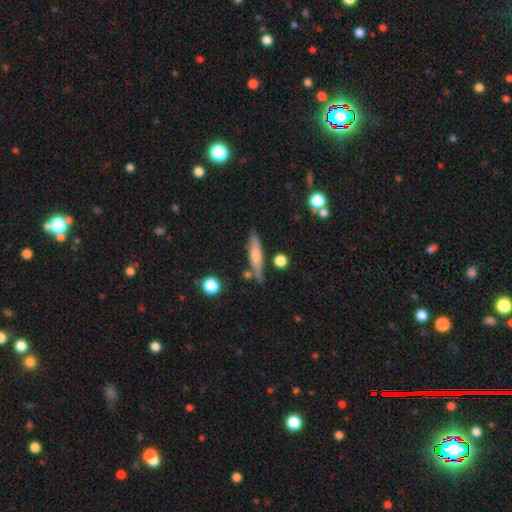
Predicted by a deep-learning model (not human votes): This appears to be a smooth galaxy with no disk features (55%) that is cigar-shaped (81%). Merging: none (79%).